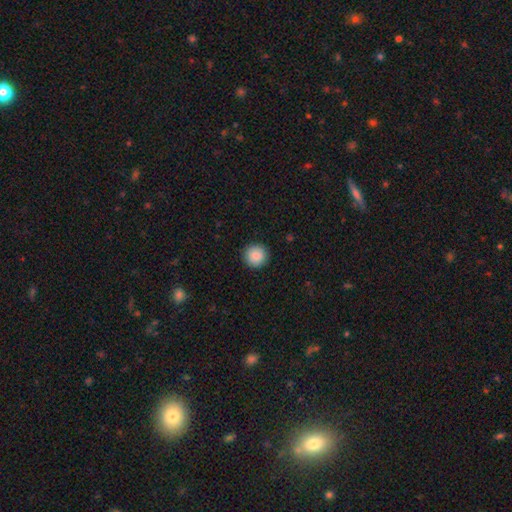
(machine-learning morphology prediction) This is clearly a smooth galaxy (89%). How rounded: clearly round (95%). Merging: clearly none (92%).